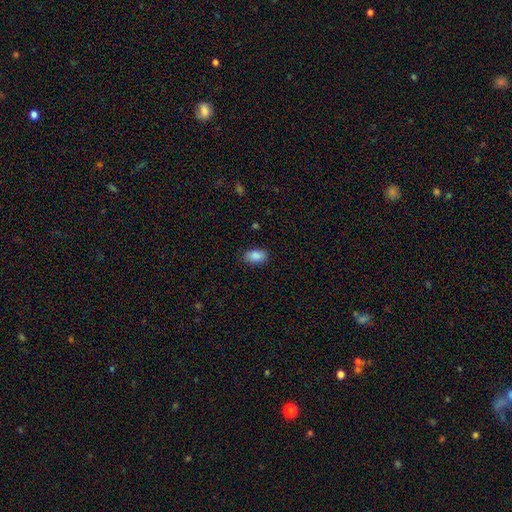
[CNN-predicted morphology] Smooth or featured?
  - smooth: 89% *
  - star or artifact: 8%
  - featured or disk: 4%
How rounded?
  - in between: 92% *
  - round: 6%
  - cigar-shaped: 2%
Merging?
  - none: 86% *
  - minor disturbance: 11%
  - major disturbance: 3%
  - merger: 1%